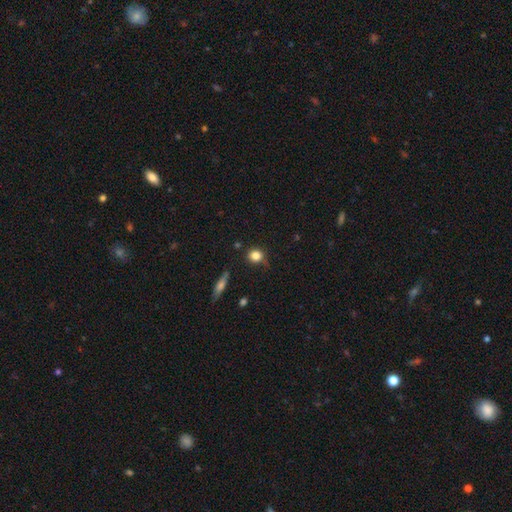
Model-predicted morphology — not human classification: This appears to be a smooth galaxy with no disk features (82%) that is round (82%). Merging: none (74%).